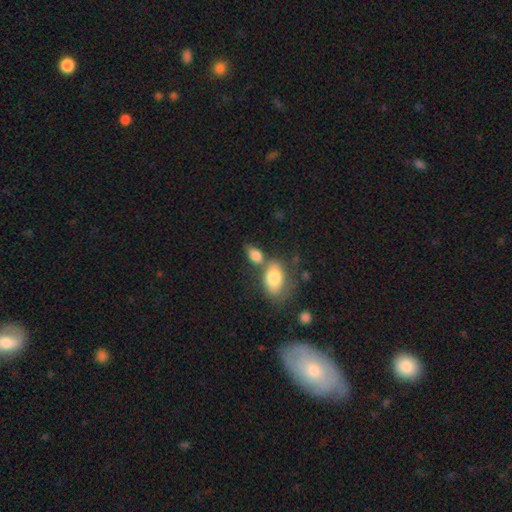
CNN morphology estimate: type=smooth (79%); roundness=in between (85%); merging=merger (40%, tied with none).